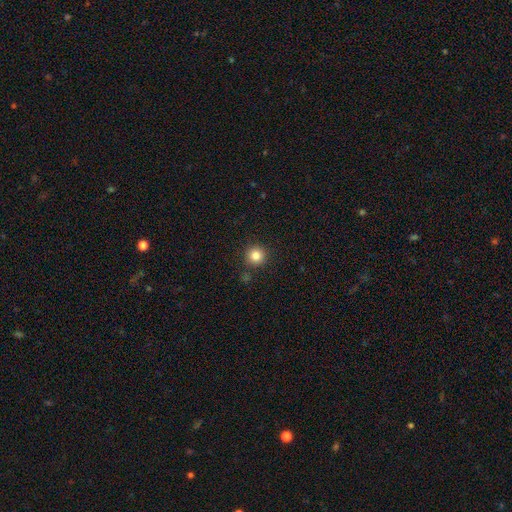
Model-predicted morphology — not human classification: This is clearly a smooth galaxy (84%). How rounded: clearly round (95%). Merging: clearly none (88%).